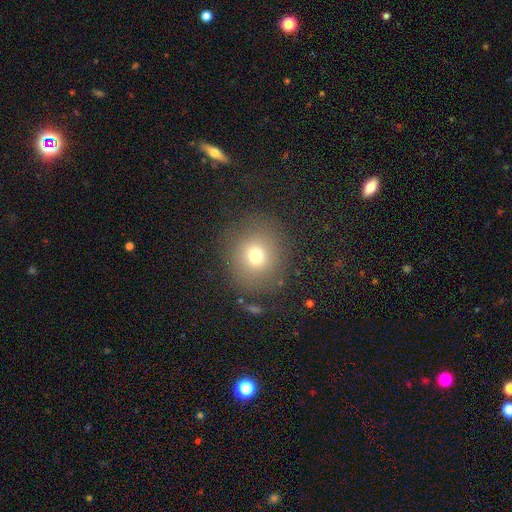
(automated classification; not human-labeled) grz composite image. It shows a smooth galaxy with no disk features (72%) that is round (84%). Merging: none (82%).